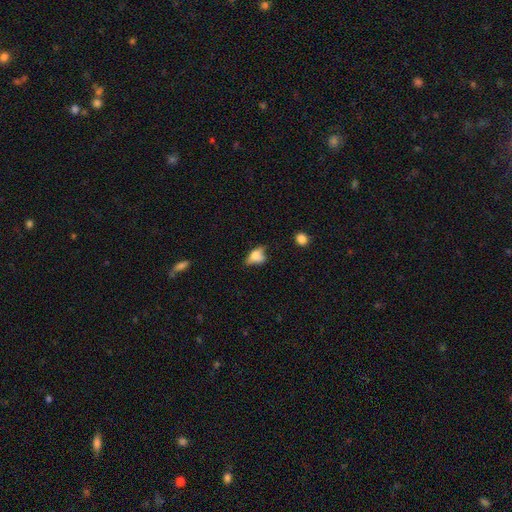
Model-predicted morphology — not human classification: Overall: smooth (58%; featured or disk 30%). How rounded: in between (75%). Merging: none (40%; minor disturbance 32%).